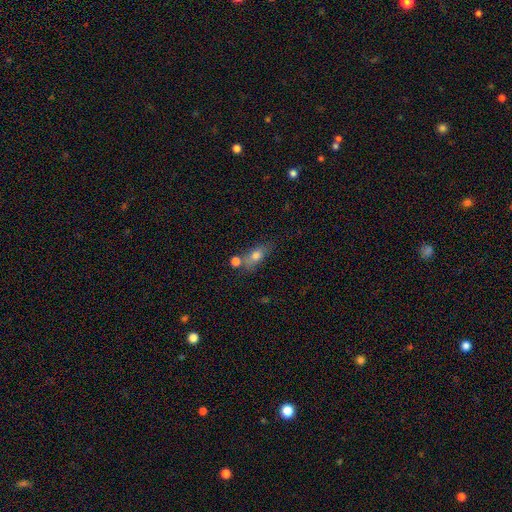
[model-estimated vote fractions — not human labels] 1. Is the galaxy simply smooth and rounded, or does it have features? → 73% smooth, 18% featured or disk, 9% star or artifact.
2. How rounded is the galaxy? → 72% in between, 14% cigar-shaped, 13% round.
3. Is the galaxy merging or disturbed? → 52% none, 24% merger, 17% minor disturbance, 7% major disturbance.